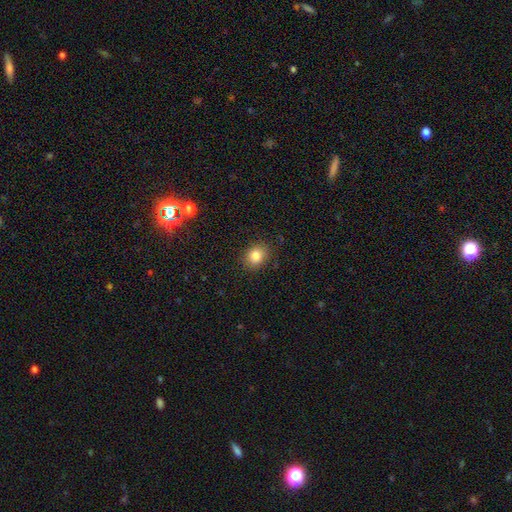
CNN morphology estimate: type=smooth (83%); roundness=round (53%); merging=none (85%).